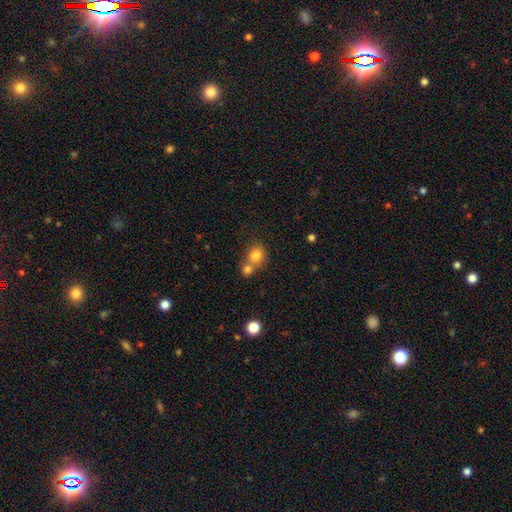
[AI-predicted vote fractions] Smooth or featured? Predicted: smooth (p=0.79). How rounded? Predicted: round (p=0.76). Merging? Predicted: merger (p=0.46).